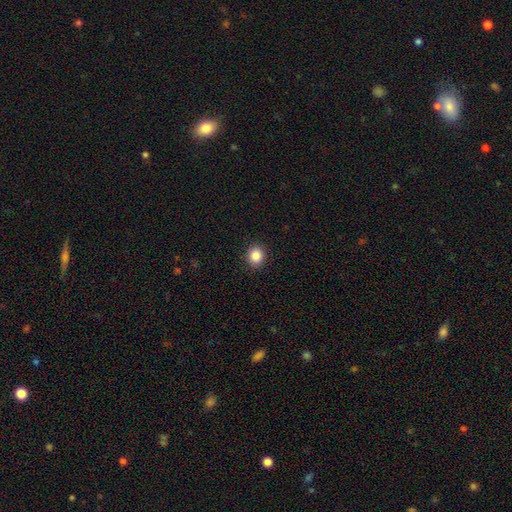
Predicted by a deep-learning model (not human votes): The model was most divided on "how rounded": round: 77%, in between: 22%, cigar-shaped: 1%. More confident: merging — none (91%); smooth or featured — smooth (87%).